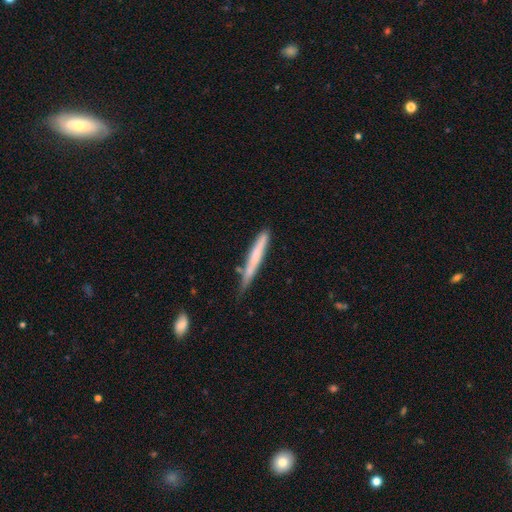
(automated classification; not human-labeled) smooth-or-featured: smooth: 59% | featured or disk: 35% | star or artifact: 6%
  how-rounded: cigar-shaped: 96% | in between: 3% | round: 1%
  merging: none: 67% | minor disturbance: 24% | merger: 5% | major disturbance: 4%